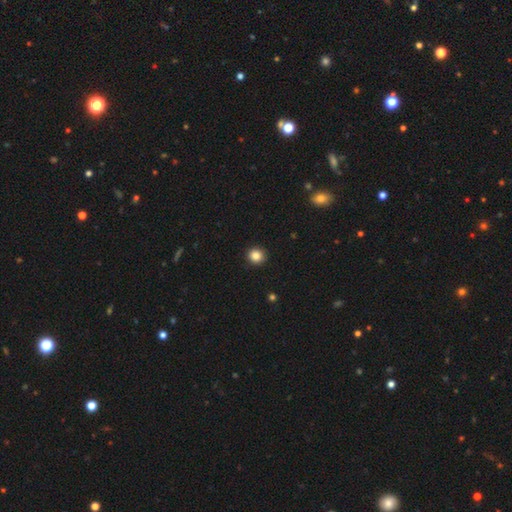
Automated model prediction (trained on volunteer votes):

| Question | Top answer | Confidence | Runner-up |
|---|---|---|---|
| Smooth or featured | smooth | 85% | star or artifact (10%) |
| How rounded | round | 91% | in between (8%) |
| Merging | none | 93% | minor disturbance (5%) |